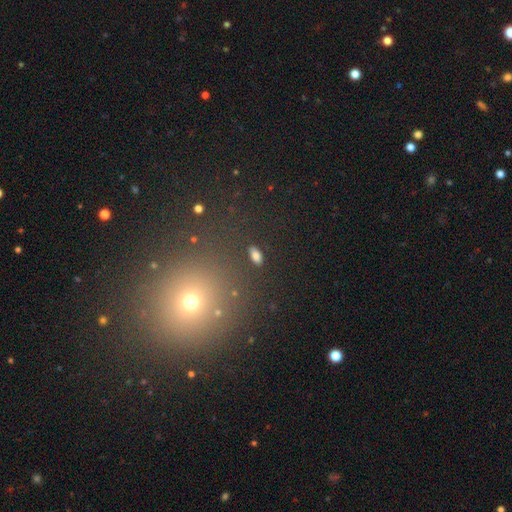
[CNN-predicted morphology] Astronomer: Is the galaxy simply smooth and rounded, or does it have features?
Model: smooth — 81%.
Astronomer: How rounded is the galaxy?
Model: in between — 88%.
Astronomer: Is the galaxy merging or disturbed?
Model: none — 89%.